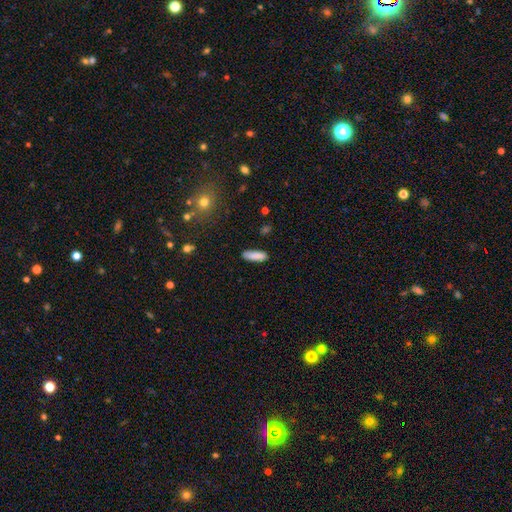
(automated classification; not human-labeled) This is clearly a smooth galaxy (88%). How rounded: possibly cigar-shaped (52%). Merging: clearly none (87%).